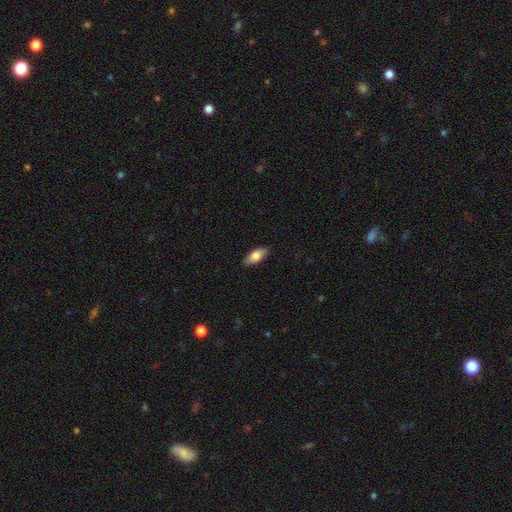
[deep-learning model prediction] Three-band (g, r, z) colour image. It shows a smooth galaxy with no disk features (79%) that is in between round and cigar-shaped (82%). Merging: none (88%).